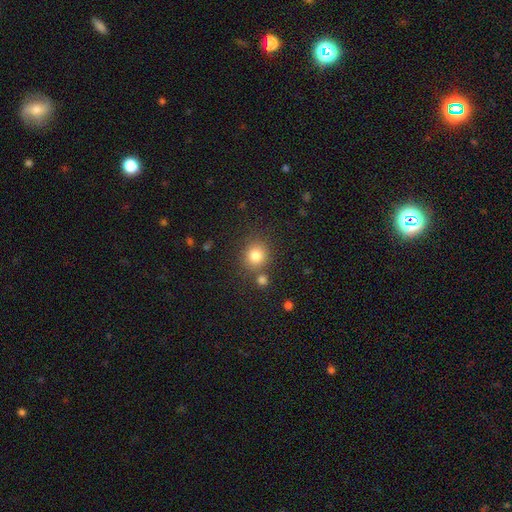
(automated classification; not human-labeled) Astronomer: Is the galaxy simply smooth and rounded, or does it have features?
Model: smooth — 81%.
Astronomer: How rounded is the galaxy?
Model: round — 88%.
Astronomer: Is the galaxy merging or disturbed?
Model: none — 76%.